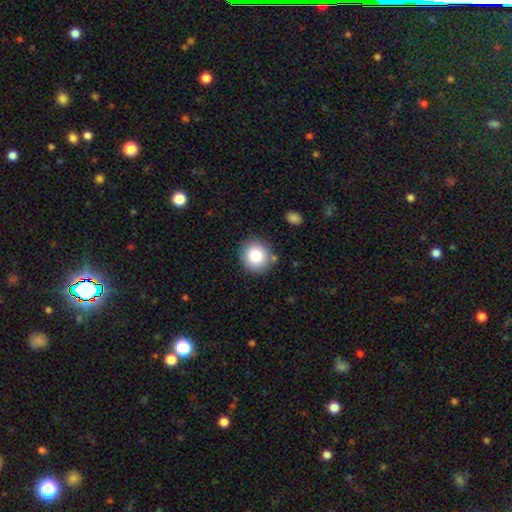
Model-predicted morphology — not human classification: smooth_or_featured: smooth (p=0.82) [alt: star or artifact p=0.09]
how_rounded: round (p=0.85) [alt: in between p=0.14]
merging: none (p=0.84) [alt: minor disturbance p=0.10]